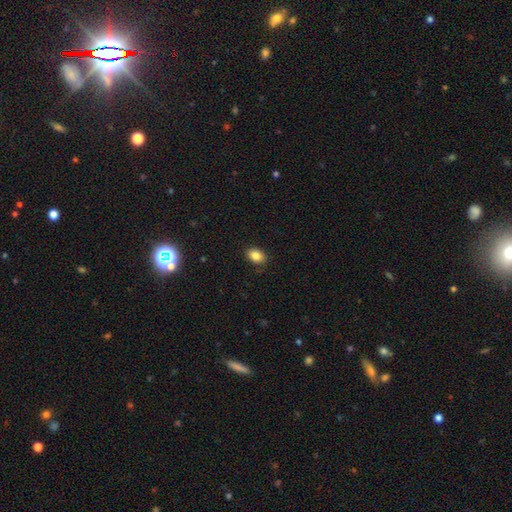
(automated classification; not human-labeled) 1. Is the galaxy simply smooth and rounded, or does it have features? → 85% smooth, 9% star or artifact, 6% featured or disk.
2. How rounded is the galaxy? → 82% in between, 16% round, 1% cigar-shaped.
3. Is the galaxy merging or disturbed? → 88% none, 9% minor disturbance, 2% major disturbance, 1% merger.